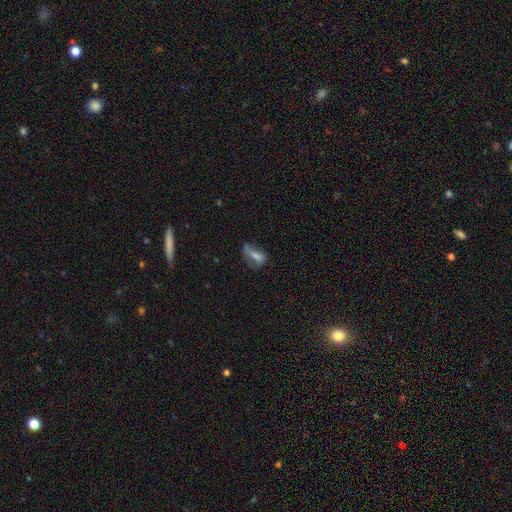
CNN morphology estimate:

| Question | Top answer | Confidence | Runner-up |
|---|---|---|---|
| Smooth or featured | smooth | 56% | featured or disk (30%) |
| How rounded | in between | 70% | cigar-shaped (22%) |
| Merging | none | 45% | minor disturbance (29%) |